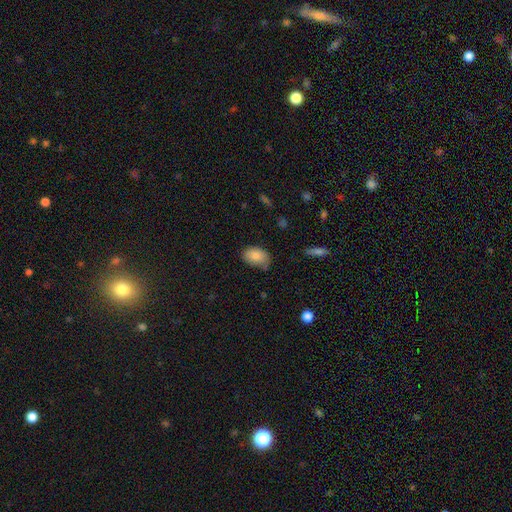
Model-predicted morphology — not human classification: This is clearly a smooth galaxy (85%). How rounded: clearly in between (88%). Merging: likely none (66%).